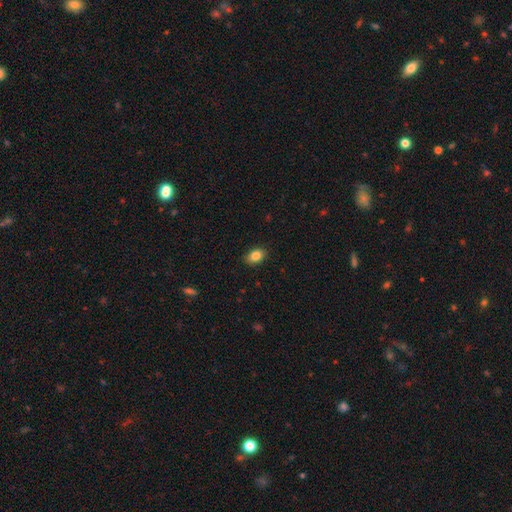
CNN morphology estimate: Smooth or featured? Predicted: smooth (p=0.85). How rounded? Predicted: in between (p=0.79). Merging? Predicted: none (p=0.88).